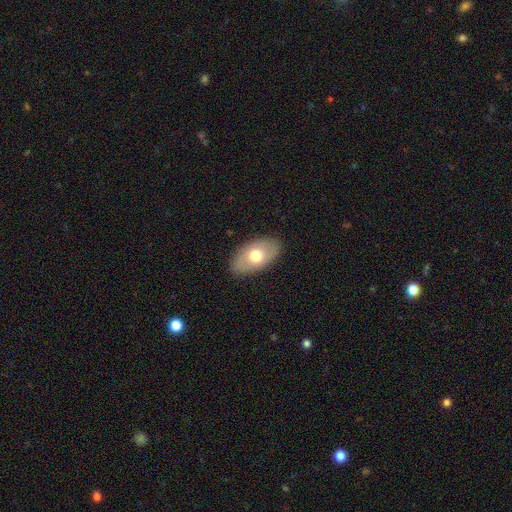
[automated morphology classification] smooth-or-featured: smooth: 65% | featured or disk: 29% | star or artifact: 6%
  how-rounded: in between: 92% | round: 6% | cigar-shaped: 2%
  merging: none: 85% | minor disturbance: 11% | major disturbance: 3% | merger: 1%